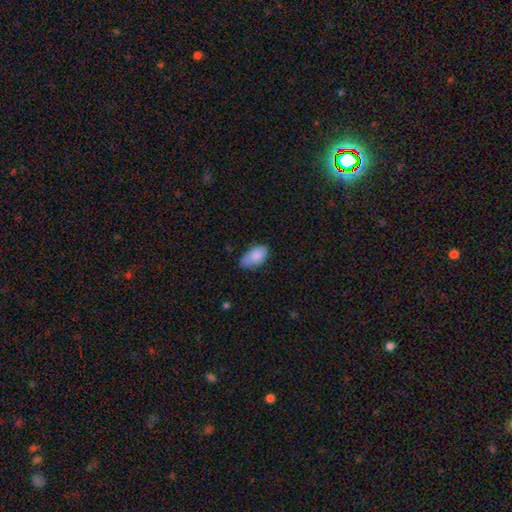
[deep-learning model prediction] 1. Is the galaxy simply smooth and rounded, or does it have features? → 86% smooth, 7% featured or disk, 7% star or artifact.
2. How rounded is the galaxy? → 94% in between, 4% round, 2% cigar-shaped.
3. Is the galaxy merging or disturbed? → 57% none, 34% minor disturbance, 6% major disturbance, 3% merger.